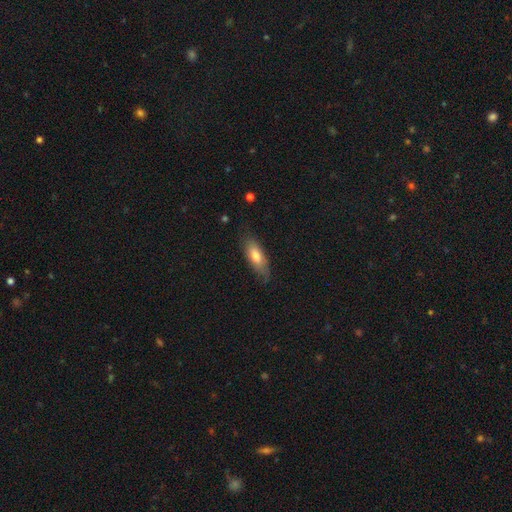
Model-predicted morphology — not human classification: A smooth galaxy with no disk features (74%) that is in between round and cigar-shaped (72%).

Vote fractions:
- Smooth or featured? smooth: 74% / featured or disk: 20% / star or artifact: 6%
- How rounded? in between: 72% / cigar-shaped: 26% / round: 2%
- Merging? none: 70% / minor disturbance: 23% / major disturbance: 5% / merger: 1%